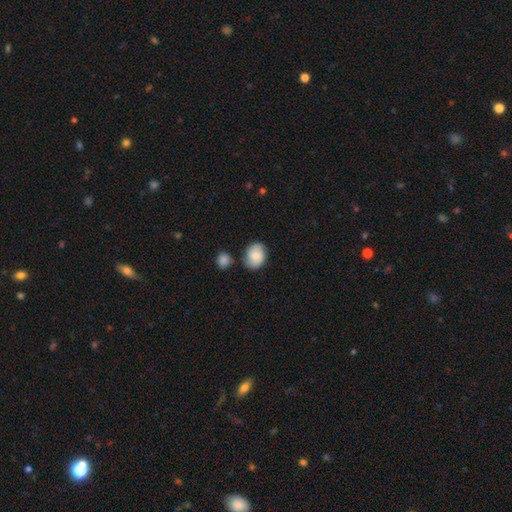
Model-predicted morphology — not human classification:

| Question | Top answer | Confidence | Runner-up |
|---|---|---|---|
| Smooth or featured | smooth | 73% | featured or disk (20%) |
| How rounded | in between | 59% | round (40%) |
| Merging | none | 67% | minor disturbance (20%) |